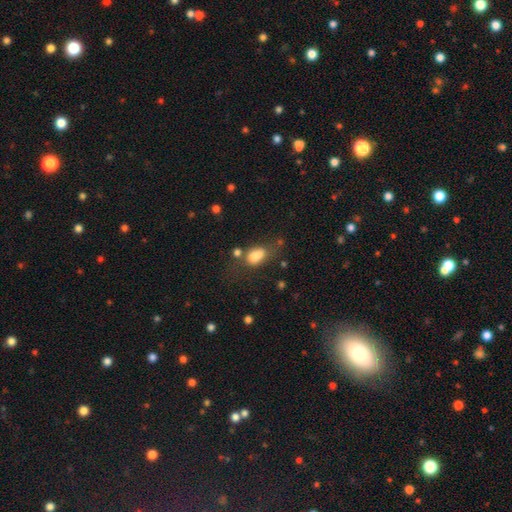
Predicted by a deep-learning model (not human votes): Smooth or featured: smooth — 81% (star or artifact — 10%)
How rounded: in between — 85% (round — 12%)
Merging: none — 46% (minor disturbance — 24%)